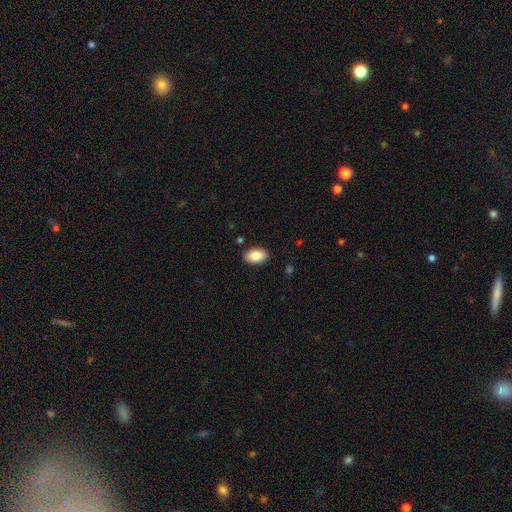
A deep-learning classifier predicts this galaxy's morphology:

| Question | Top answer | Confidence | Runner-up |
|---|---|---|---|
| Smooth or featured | smooth | 87% | star or artifact (7%) |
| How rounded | in between | 94% | round (5%) |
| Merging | none | 88% | minor disturbance (8%) |